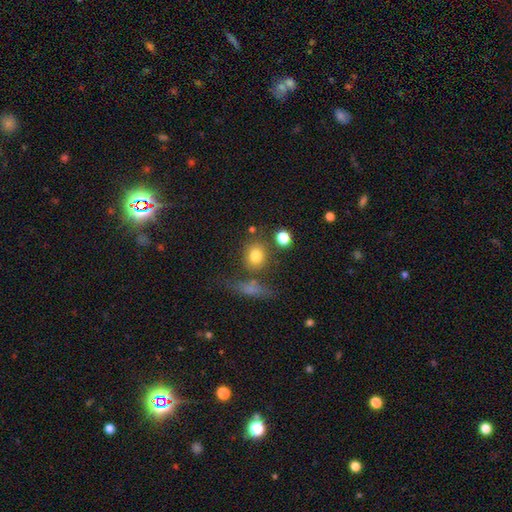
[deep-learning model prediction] Smooth or featured: smooth — 78% (star or artifact — 12%)
How rounded: round — 73% (in between — 24%)
Merging: none — 68% (merger — 13%)